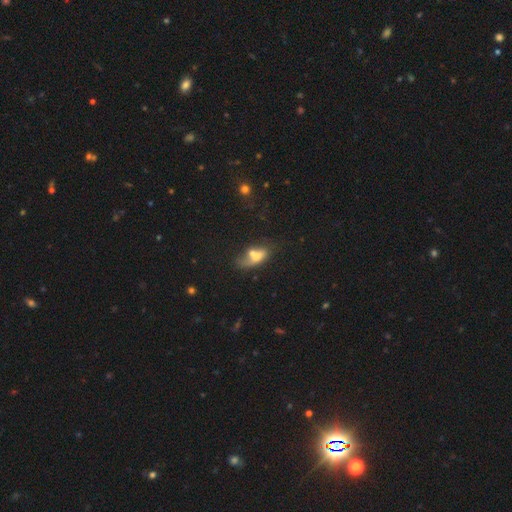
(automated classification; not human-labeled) Smooth or featured?
  - smooth: 58% *
  - featured or disk: 31%
  - star or artifact: 11%
How rounded?
  - in between: 76% *
  - cigar-shaped: 12%
  - round: 11%
Merging?
  - merger: 46% *
  - none: 25%
  - major disturbance: 15%
  - minor disturbance: 14%